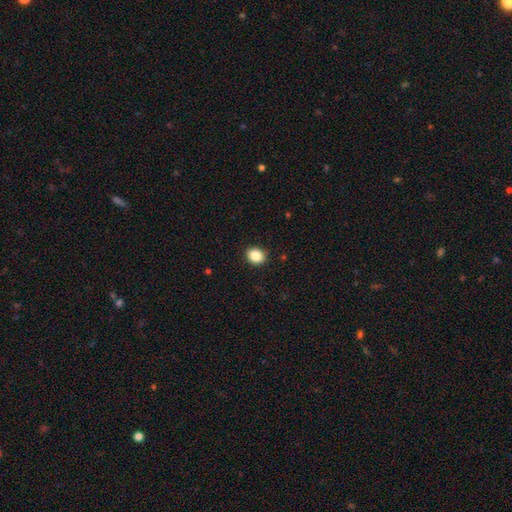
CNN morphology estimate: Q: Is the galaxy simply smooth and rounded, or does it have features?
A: smooth — 87%.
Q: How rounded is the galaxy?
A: round — 61%.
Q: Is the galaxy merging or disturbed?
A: none — 90%.